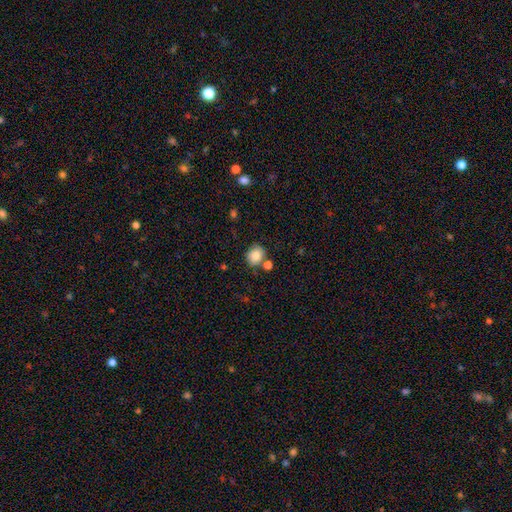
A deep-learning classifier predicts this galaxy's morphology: A smooth galaxy with no disk features (83%) that is round (67%).

Vote fractions:
- Smooth or featured? smooth: 83% / star or artifact: 9% / featured or disk: 7%
- How rounded? round: 67% / in between: 32% / cigar-shaped: 1%
- Merging? none: 71% / minor disturbance: 13% / merger: 13% / major disturbance: 3%